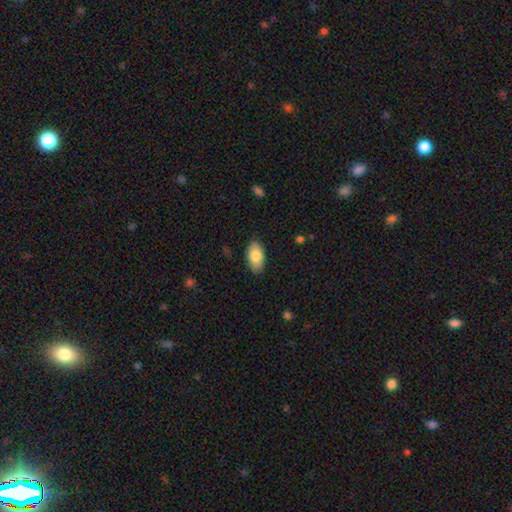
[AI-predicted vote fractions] smooth_or_featured: smooth (p=0.82) [alt: featured or disk p=0.11]
how_rounded: in between (p=0.94) [alt: round p=0.04]
merging: none (p=0.86) [alt: minor disturbance p=0.11]